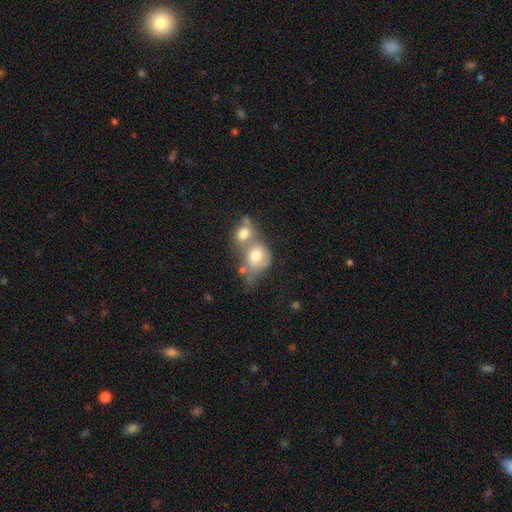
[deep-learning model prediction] smooth_or_featured: smooth (p=0.70) [alt: featured or disk p=0.21]
how_rounded: round (p=0.60) [alt: in between p=0.39]
merging: merger (p=0.68) [alt: none p=0.16]